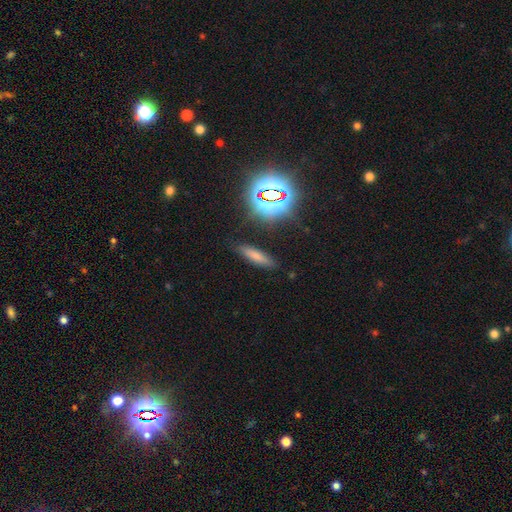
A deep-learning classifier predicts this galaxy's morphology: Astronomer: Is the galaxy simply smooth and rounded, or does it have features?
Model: smooth — 70%.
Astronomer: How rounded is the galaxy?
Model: cigar-shaped — 71%.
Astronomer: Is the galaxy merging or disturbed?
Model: none — 86%.